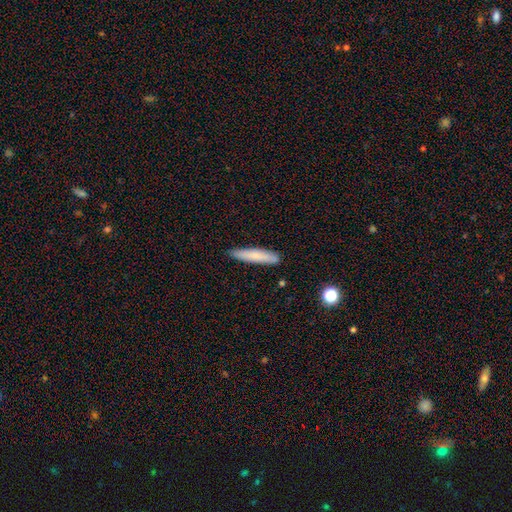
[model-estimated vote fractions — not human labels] smooth_or_featured: smooth (p=0.78) [alt: featured or disk p=0.16]
how_rounded: cigar-shaped (p=0.89) [alt: in between p=0.09]
merging: none (p=0.86) [alt: minor disturbance p=0.10]